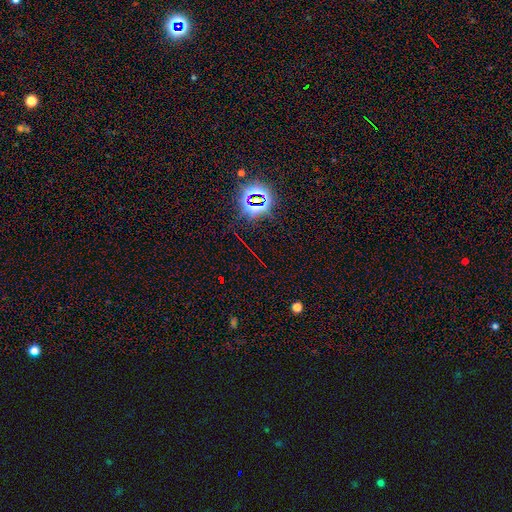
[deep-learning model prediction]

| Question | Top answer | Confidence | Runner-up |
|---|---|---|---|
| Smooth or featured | star or artifact | 78% | smooth (12%) |